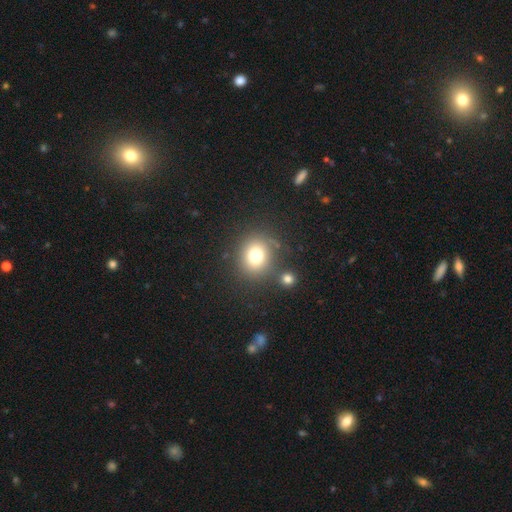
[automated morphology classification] Smooth or featured? Predicted: smooth (p=0.76). How rounded? Predicted: round (p=0.78). Merging? Predicted: none (p=0.76).